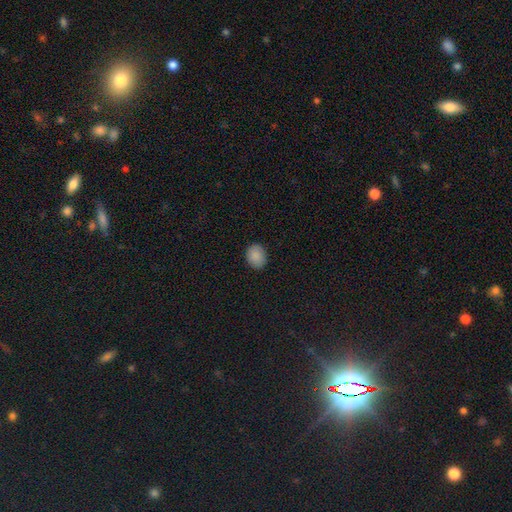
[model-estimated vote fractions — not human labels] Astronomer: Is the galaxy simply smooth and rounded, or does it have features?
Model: smooth — 88%.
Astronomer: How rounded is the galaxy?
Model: in between — 51% (runner-up: round, 48%).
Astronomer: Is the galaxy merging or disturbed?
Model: none — 88%.